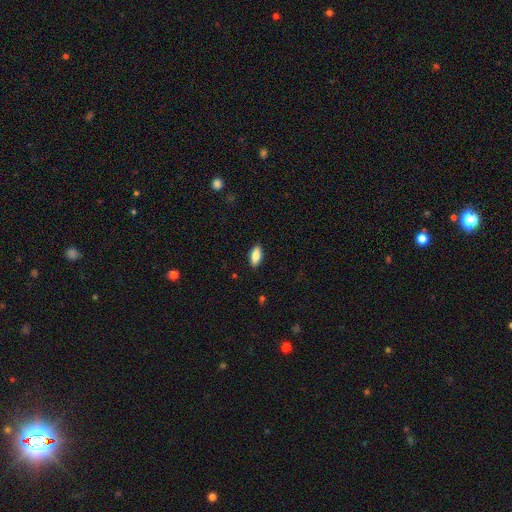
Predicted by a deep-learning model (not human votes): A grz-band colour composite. It shows a smooth galaxy with no disk features (82%) that is in between round and cigar-shaped (86%). Merging: none (88%).